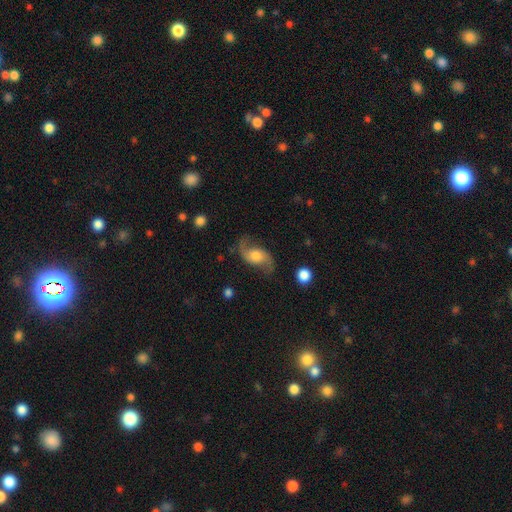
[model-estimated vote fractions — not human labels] smooth-or-featured: featured or disk: 80% | smooth: 13% | star or artifact: 7%
  disk-edge-on: no: 96% | yes: 4%
    bar: no: 62% | weak: 31% | strong: 7%
    has-spiral-arms: yes: 96% | no: 4%
      spiral-winding: loose: 76% | medium: 20% | tight: 4%
      spiral-arm-count: 2: 93% | 1: 2% | can't tell: 2% | 3: 1% | 4: 1% | more than 4: 1%
    bulge-size: moderate: 44% | large: 28% | small: 17% | none: 6% | dominant: 5%
  merging: none: 73% | minor disturbance: 16% | major disturbance: 9% | merger: 2%